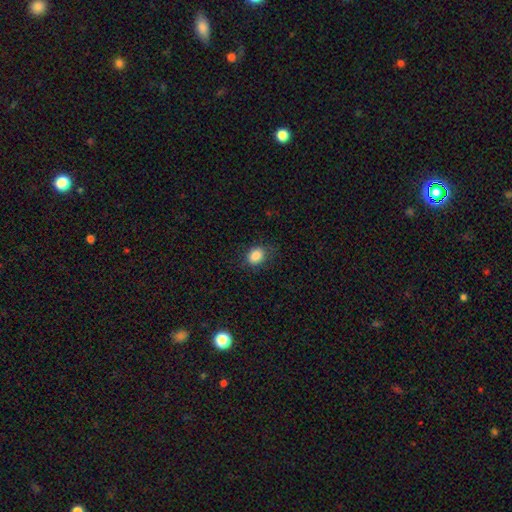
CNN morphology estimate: smooth_or_featured: smooth (p=0.86) [alt: star or artifact p=0.10]
how_rounded: in between (p=0.54) [alt: round p=0.44]
merging: none (p=0.77) [alt: minor disturbance p=0.17]